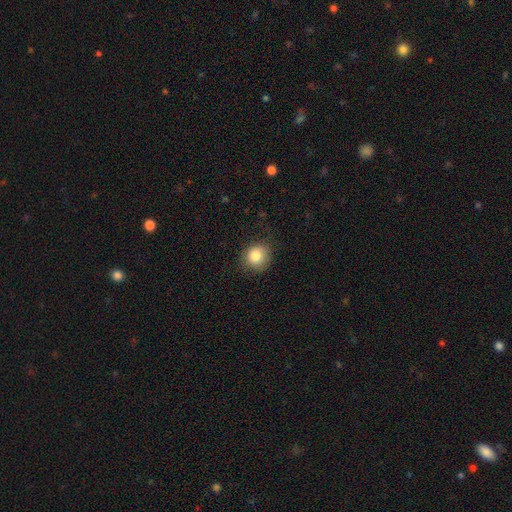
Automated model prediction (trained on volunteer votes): This appears to be a smooth galaxy with no disk features (83%) that is round (85%). Merging: none (79%).